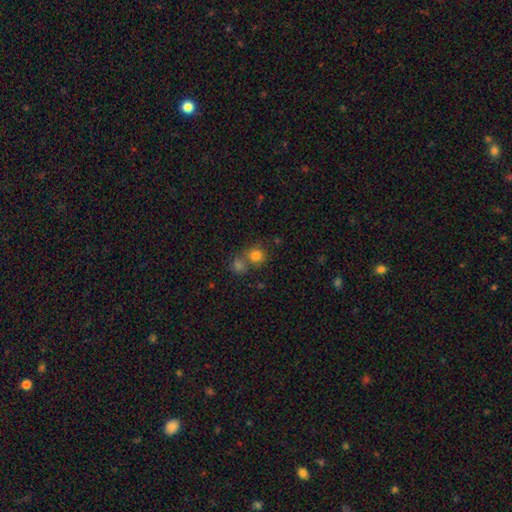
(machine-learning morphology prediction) smooth 79%, star or artifact 13%, featured or disk 8%. Down the decision tree: how rounded — round (85%); merging — none (52%).